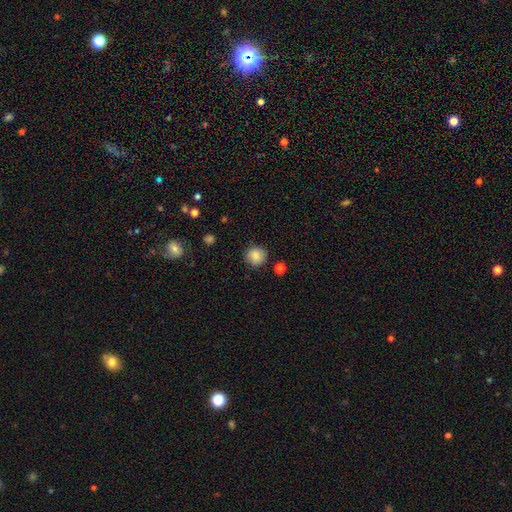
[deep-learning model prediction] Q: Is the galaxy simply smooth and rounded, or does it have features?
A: smooth — 86%.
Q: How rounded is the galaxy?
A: round — 92%.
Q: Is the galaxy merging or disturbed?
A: none — 86%.